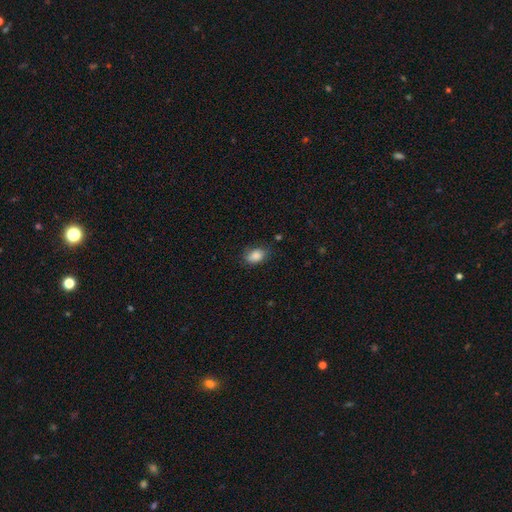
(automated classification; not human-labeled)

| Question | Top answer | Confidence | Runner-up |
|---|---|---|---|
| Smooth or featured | smooth | 87% | star or artifact (8%) |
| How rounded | in between | 84% | round (14%) |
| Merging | none | 71% | minor disturbance (23%) |